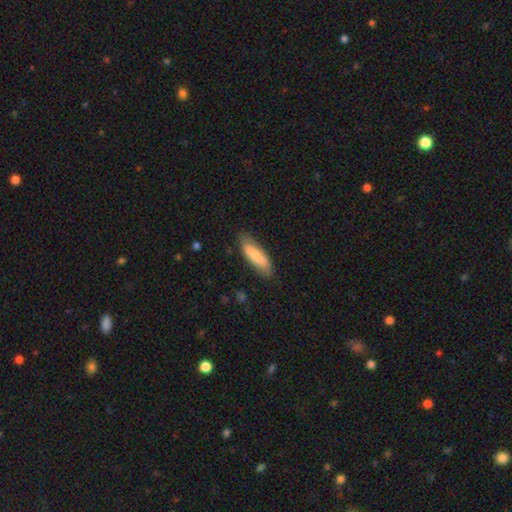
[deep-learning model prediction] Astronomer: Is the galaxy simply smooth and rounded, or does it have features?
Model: smooth — 75%.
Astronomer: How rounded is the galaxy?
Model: cigar-shaped — 52% (runner-up: in between, 46%).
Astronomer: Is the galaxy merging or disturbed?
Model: none — 75%.